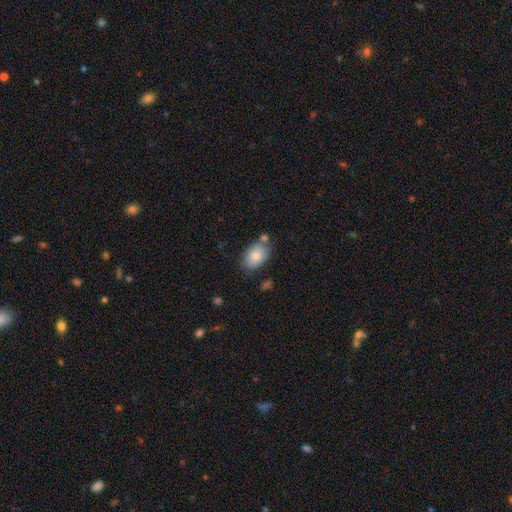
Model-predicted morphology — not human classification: Smooth or featured: smooth — 83% (featured or disk — 11%)
How rounded: in between — 86% (round — 13%)
Merging: none — 66% (minor disturbance — 19%)